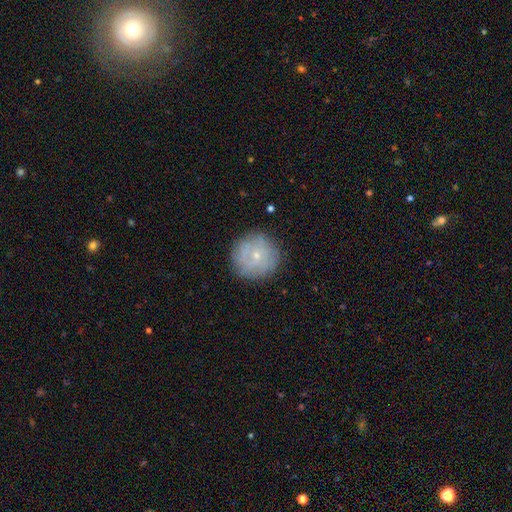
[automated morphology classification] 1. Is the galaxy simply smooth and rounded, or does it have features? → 48% featured or disk, 43% smooth, 9% star or artifact.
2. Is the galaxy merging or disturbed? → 82% none, 12% minor disturbance, 4% major disturbance, 1% merger.